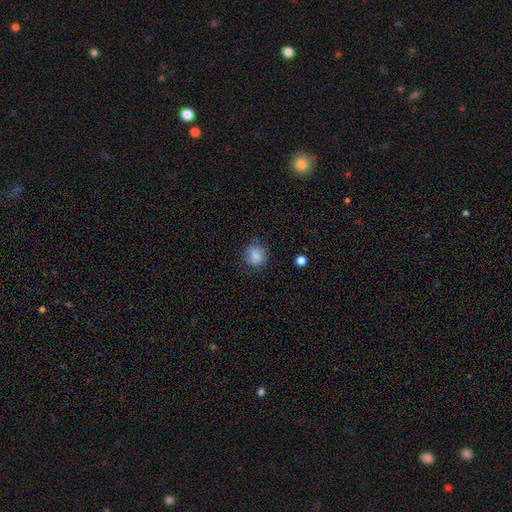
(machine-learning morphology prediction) smooth-or-featured: smooth: 80% | featured or disk: 11% | star or artifact: 9%
  how-rounded: round: 78% | in between: 21% | cigar-shaped: 1%
  merging: none: 75% | minor disturbance: 18% | major disturbance: 6% | merger: 2%